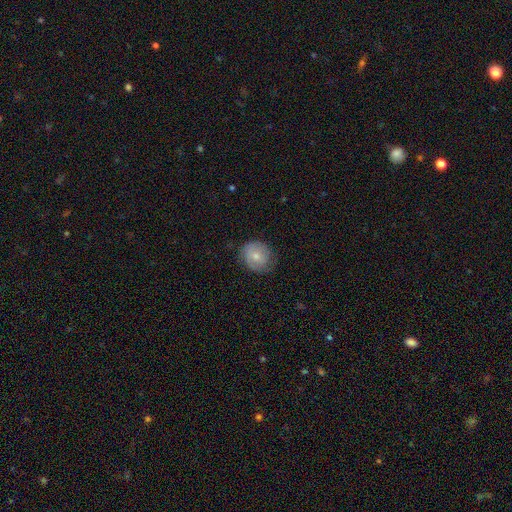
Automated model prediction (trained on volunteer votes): The model was most divided on "smooth or featured": smooth: 61%, featured or disk: 32%, star or artifact: 7%. More confident: how rounded — round (75%); merging — none (69%).